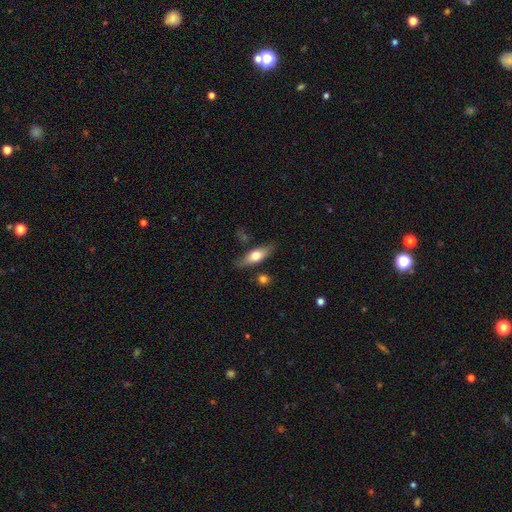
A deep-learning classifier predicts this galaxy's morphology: Smooth or featured?
  - smooth: 58% *
  - featured or disk: 37%
  - star or artifact: 6%
How rounded?
  - in between: 49% *
  - cigar-shaped: 47%
  - round: 4%
Merging?
  - none: 78% *
  - minor disturbance: 14%
  - merger: 4%
  - major disturbance: 4%